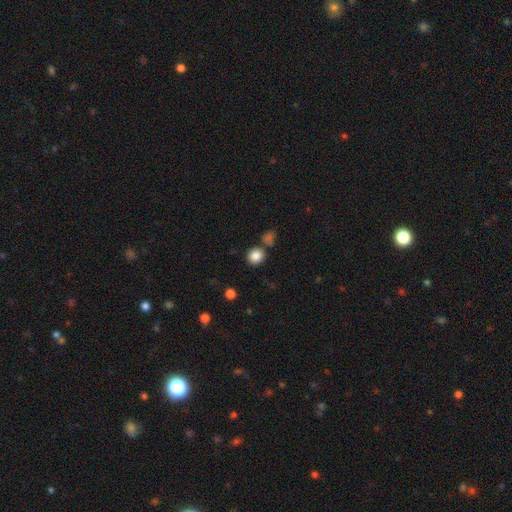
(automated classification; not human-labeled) Smooth or featured? Predicted: smooth (p=0.85). How rounded? Predicted: round (p=0.87). Merging? Predicted: none (p=0.79).